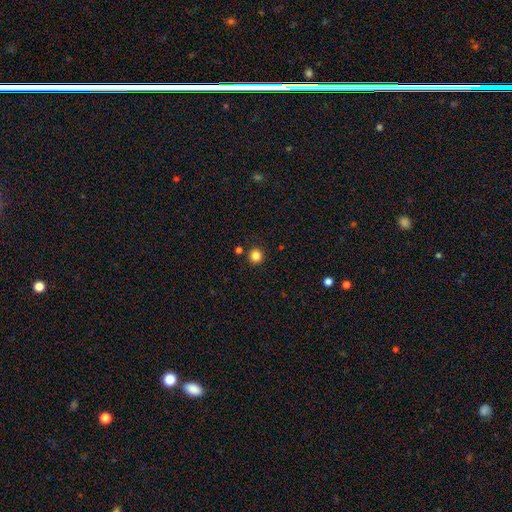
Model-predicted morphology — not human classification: smooth 84%, star or artifact 12%, featured or disk 4%. Down the decision tree: how rounded — round (94%); merging — none (89%).